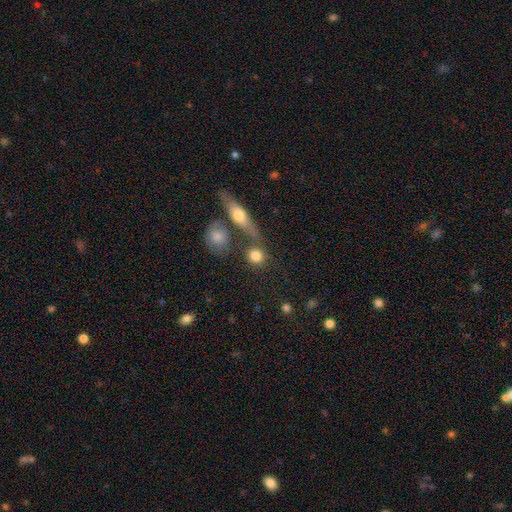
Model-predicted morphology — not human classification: A smooth galaxy with no disk features (82%) that is round (77%). Merging: none (62%).